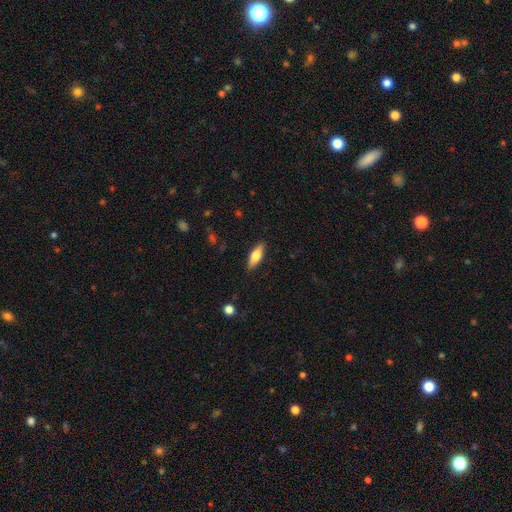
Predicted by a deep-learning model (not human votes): Smooth or featured? Predicted: smooth (p=0.59). How rounded? Predicted: in between (p=0.60). Merging? Predicted: none (p=0.88).